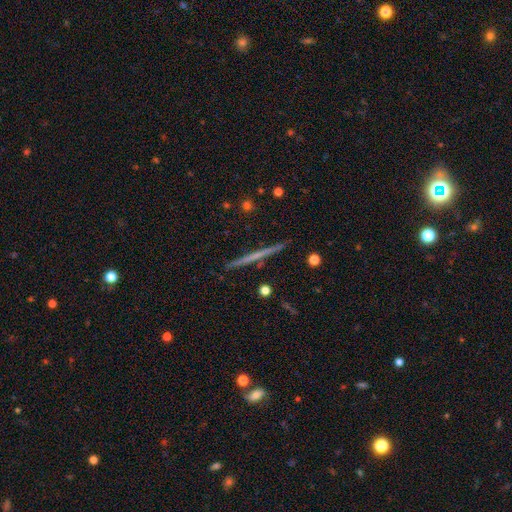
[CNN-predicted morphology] featured or disk 63%, smooth 31%, star or artifact 6%. Down the decision tree: edge-on disk — yes (98%); edge-on bulge — none (86%); merging — none (92%).